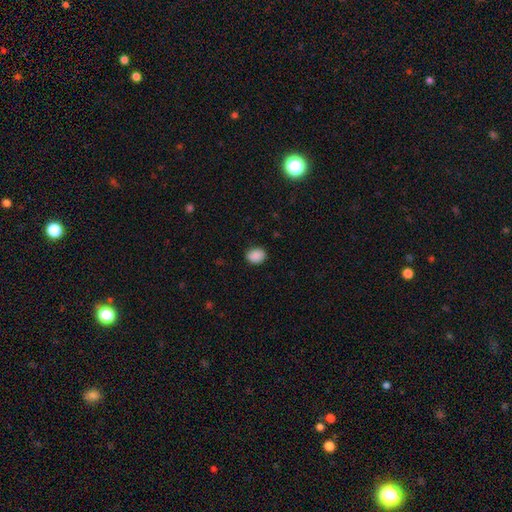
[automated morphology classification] This appears to be a smooth galaxy with no disk features (89%) that is round (53%). Merging: none (83%).